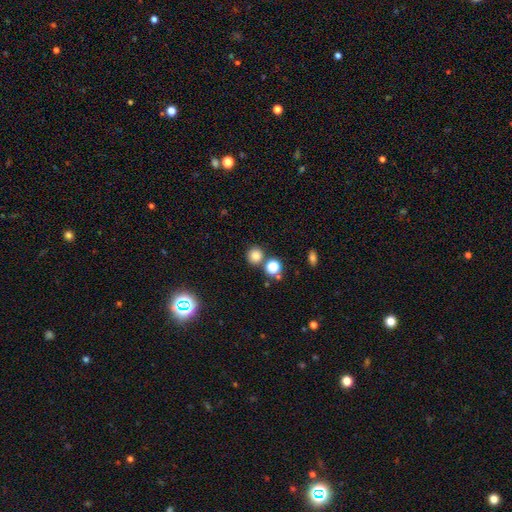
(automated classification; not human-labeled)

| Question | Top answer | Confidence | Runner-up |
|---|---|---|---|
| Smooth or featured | smooth | 80% | star or artifact (15%) |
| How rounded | round | 90% | in between (9%) |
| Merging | none | 74% | merger (15%) |